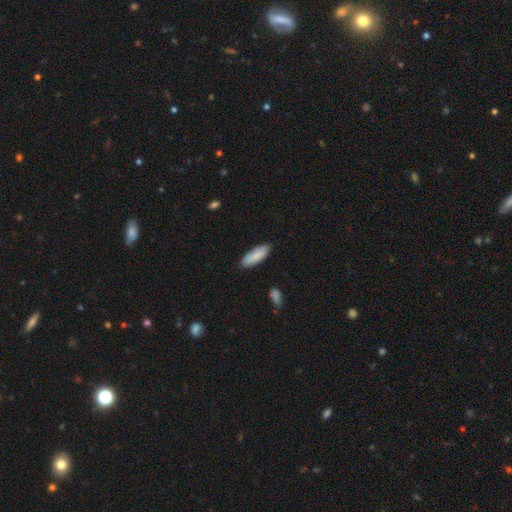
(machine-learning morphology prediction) Q: Smooth or featured?
A: smooth (87%); runner-up: featured or disk (8%)
Q: How rounded?
A: in between (66%); runner-up: cigar-shaped (33%)
Q: Merging?
A: none (83%); runner-up: minor disturbance (13%)